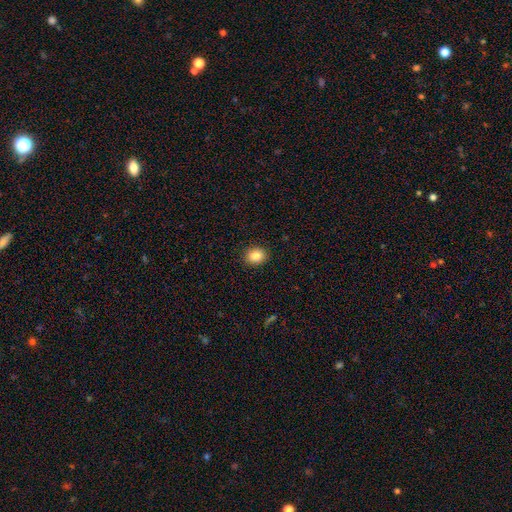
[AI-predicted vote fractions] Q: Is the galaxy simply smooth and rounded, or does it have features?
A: smooth — 86%.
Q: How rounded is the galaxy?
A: round — 62%.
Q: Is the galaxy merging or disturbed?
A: none — 90%.